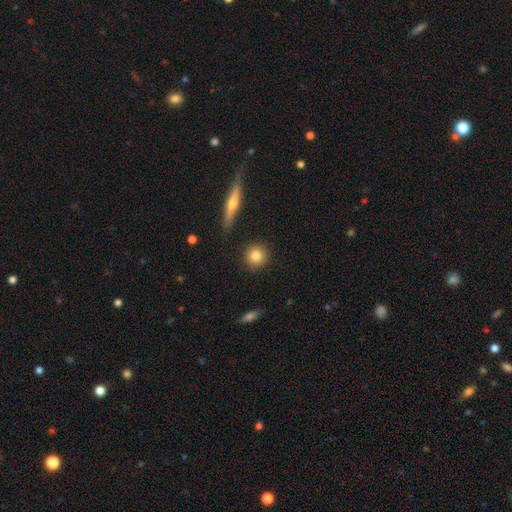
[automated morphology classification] This is clearly a smooth galaxy (83%). How rounded: clearly round (91%). Merging: clearly none (89%).